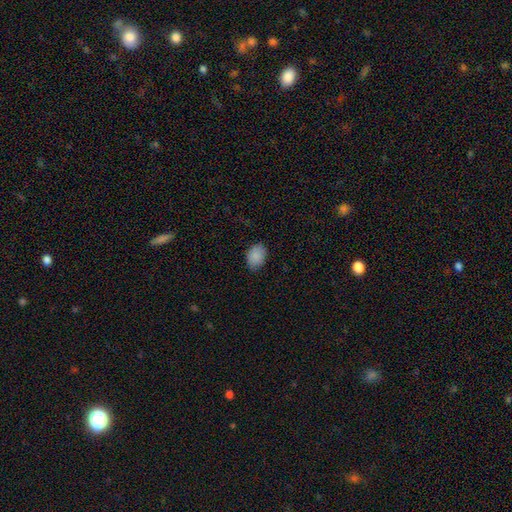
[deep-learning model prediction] Smooth or featured?
  - smooth: 88% *
  - star or artifact: 8%
  - featured or disk: 4%
How rounded?
  - in between: 75% *
  - round: 24%
  - cigar-shaped: 1%
Merging?
  - none: 80% *
  - minor disturbance: 16%
  - major disturbance: 3%
  - merger: 1%